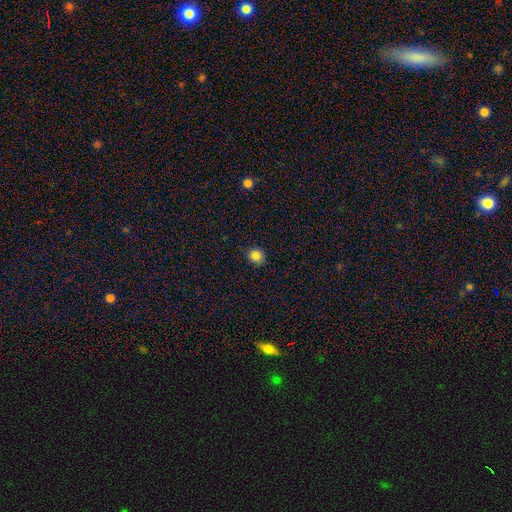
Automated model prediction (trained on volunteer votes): Smooth or featured?
  - smooth: 84% *
  - star or artifact: 11%
  - featured or disk: 5%
How rounded?
  - round: 85% *
  - in between: 14%
  - cigar-shaped: 1%
Merging?
  - none: 87% *
  - minor disturbance: 10%
  - major disturbance: 2%
  - merger: 1%